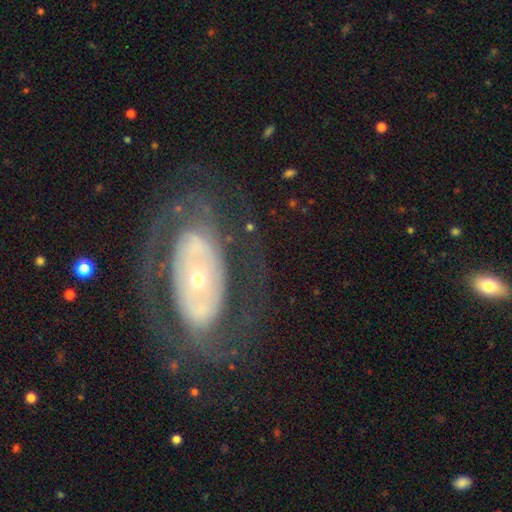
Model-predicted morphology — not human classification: A featured or disk galaxy (76%) with no bar (75%), spiral arms (59%) and a small central bulge (55%). Merging: none (73%).